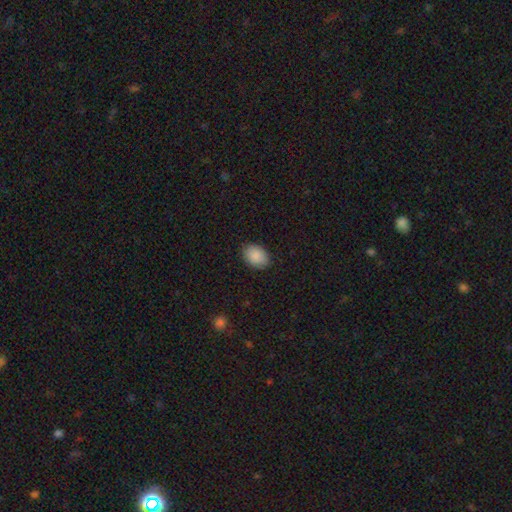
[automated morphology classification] smooth 89%, star or artifact 7%, featured or disk 4%. Down the decision tree: how rounded — in between (75%); merging — none (88%).